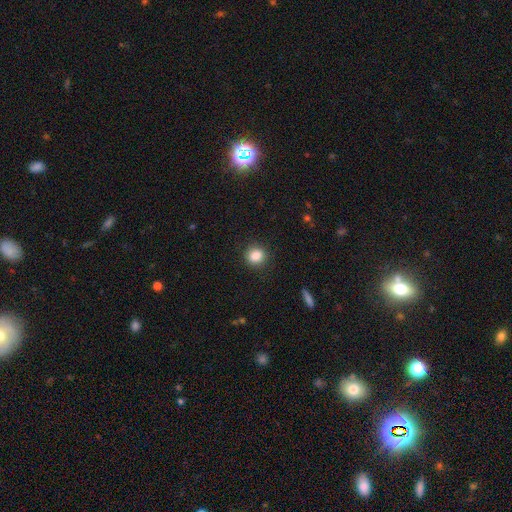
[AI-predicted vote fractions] A smooth galaxy with no disk features (87%) that is round (77%).

Vote fractions:
- Smooth or featured? smooth: 87% / star or artifact: 10% / featured or disk: 4%
- How rounded? round: 77% / in between: 22% / cigar-shaped: 1%
- Merging? none: 87% / minor disturbance: 9% / major disturbance: 3% / merger: 1%